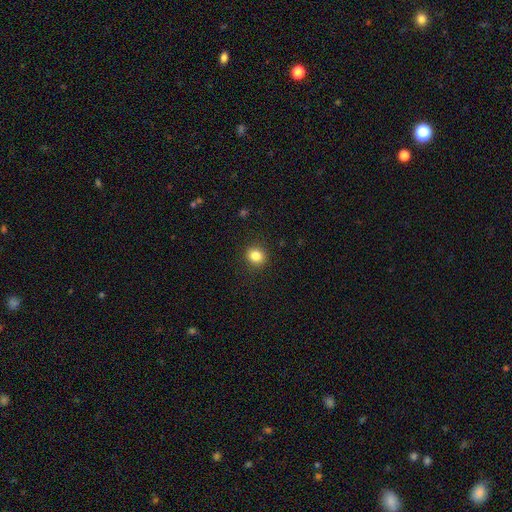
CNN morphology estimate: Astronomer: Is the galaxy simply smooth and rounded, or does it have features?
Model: smooth — 84%.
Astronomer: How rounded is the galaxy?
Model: round — 84%.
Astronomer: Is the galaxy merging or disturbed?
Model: none — 91%.